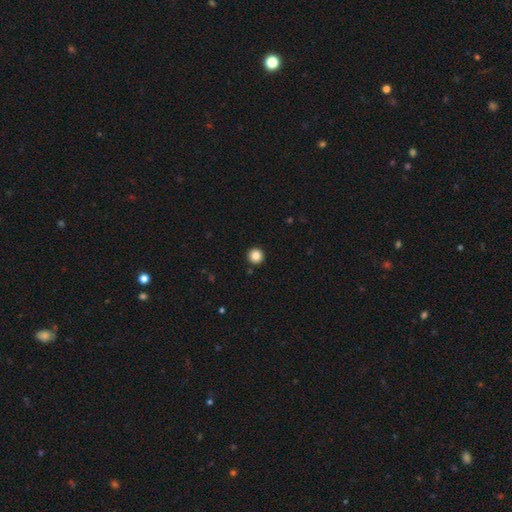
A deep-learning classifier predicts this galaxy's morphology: type=smooth (86%); roundness=round (96%); merging=none (93%).